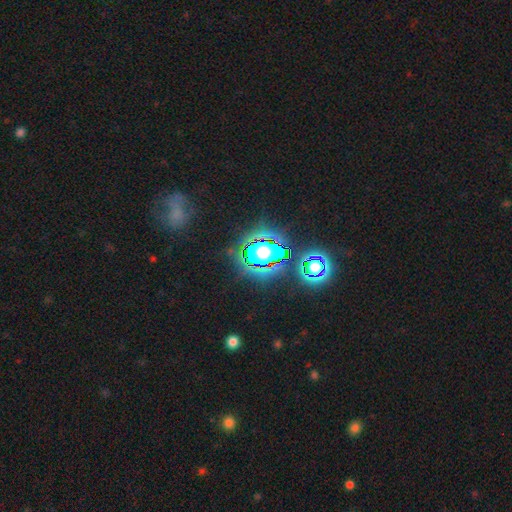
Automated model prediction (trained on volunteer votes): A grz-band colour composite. It shows a star or artifact, not a galaxy (78%).